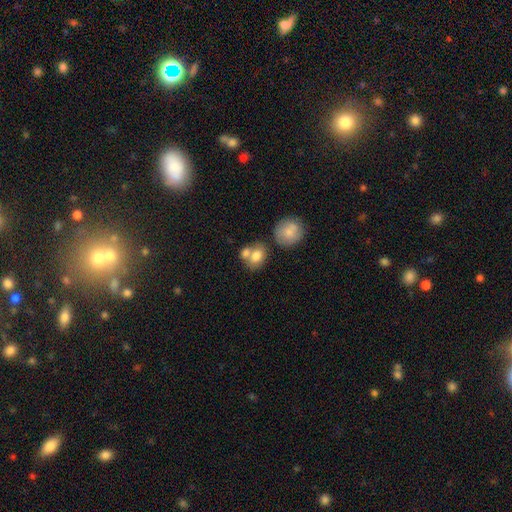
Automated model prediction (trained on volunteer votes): Overall: smooth (77%). How rounded: in between (56%; round 43%). Merging: merger (46%; none 39%).